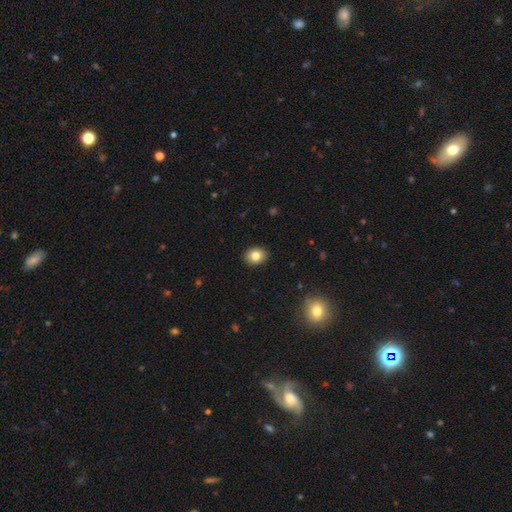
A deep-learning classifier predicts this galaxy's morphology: This is clearly a smooth galaxy (82%). How rounded: possibly round (53%). Merging: clearly none (91%).